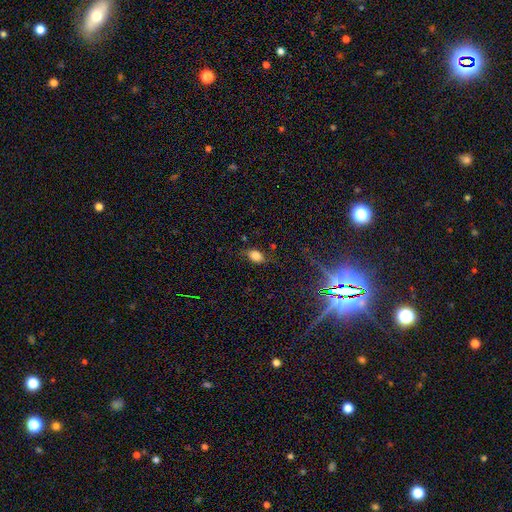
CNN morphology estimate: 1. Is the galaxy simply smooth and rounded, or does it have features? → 80% smooth, 12% star or artifact, 8% featured or disk.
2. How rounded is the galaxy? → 82% in between, 16% round, 2% cigar-shaped.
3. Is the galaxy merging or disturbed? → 71% none, 20% minor disturbance, 7% major disturbance, 2% merger.